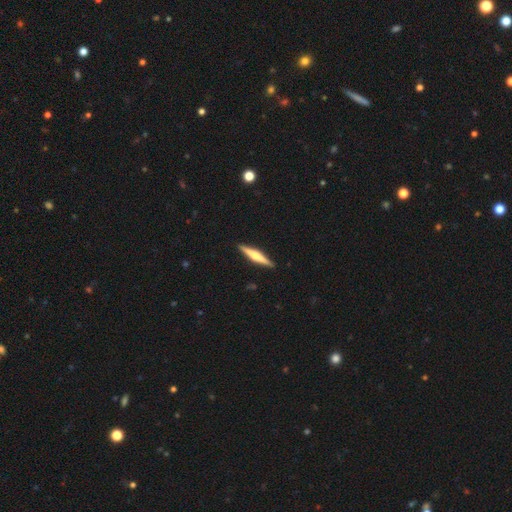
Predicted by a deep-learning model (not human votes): A featured or disk galaxy (64%) viewed edge-on (98%) with a rounded central bulge (83%). Merging: none (92%).